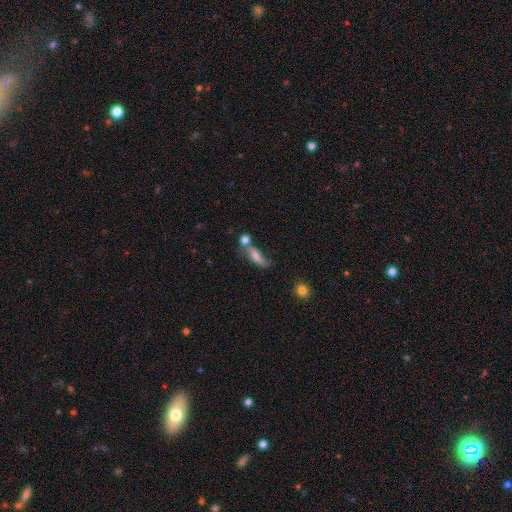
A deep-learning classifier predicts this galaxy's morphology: This appears to be a smooth galaxy with no disk features (64%) that is in between round and cigar-shaped (50%). Merging: none (37%).